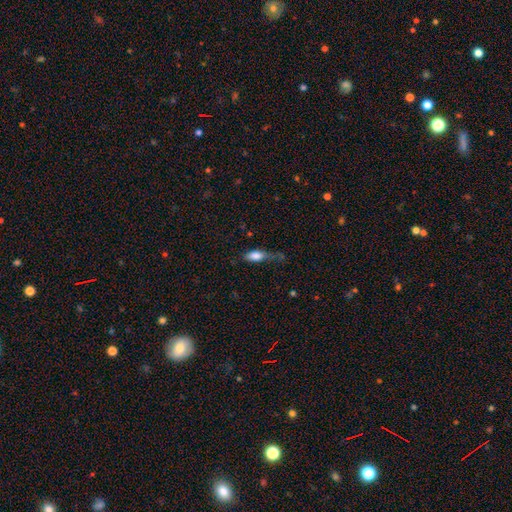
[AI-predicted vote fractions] smooth 77%, featured or disk 15%, star or artifact 8%. Down the decision tree: how rounded — in between (74%); merging — minor disturbance (33%).